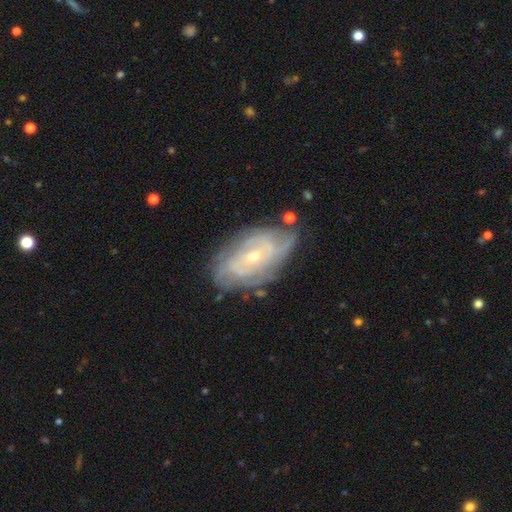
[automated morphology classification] The model was most divided on "spiral arm count": can't tell: 40%, 4: 17%, 3: 15%, 2: 15%, more than 4: 8%, 1: 5%. More confident: edge-on disk — no (94%); spiral arms — yes (93%); smooth or featured — featured or disk (80%); merging — none (75%); spiral winding — tight (66%); bulge size — small (63%); bar — no (61%).